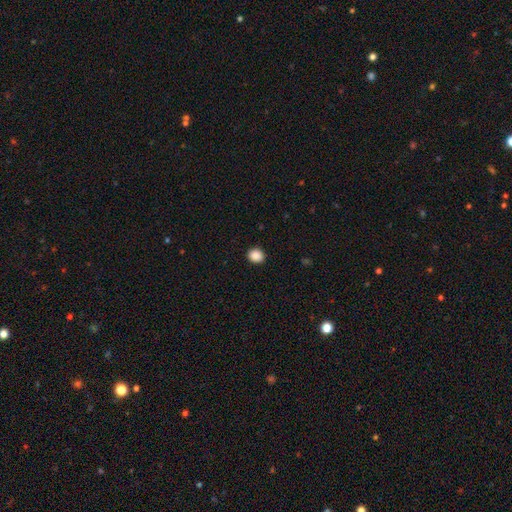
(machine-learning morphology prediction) This is clearly a smooth galaxy (89%). How rounded: likely round (79%). Merging: clearly none (92%).